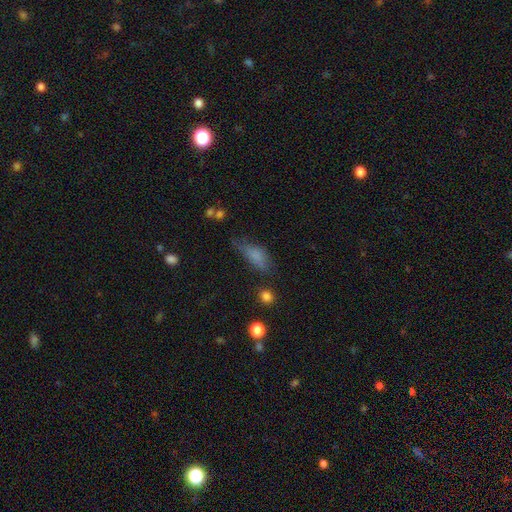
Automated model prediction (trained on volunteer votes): The model was most divided on "merging": none: 42%, minor disturbance: 36%, major disturbance: 18%, merger: 4%. More confident: smooth or featured — smooth (75%); how rounded — in between (75%).